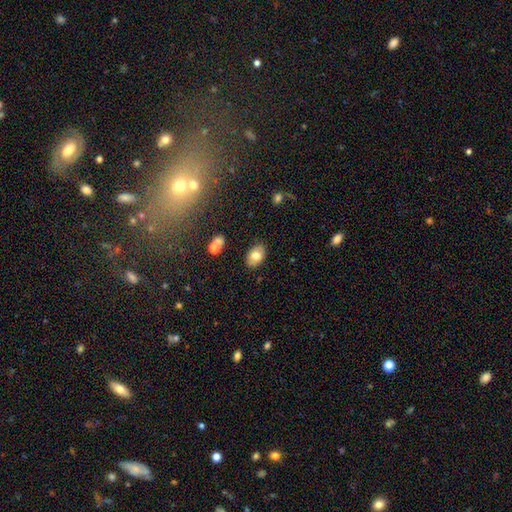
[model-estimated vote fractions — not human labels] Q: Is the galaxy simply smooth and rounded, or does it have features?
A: smooth — 75%.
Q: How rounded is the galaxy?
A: in between — 87%.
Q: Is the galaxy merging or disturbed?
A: none — 86%.